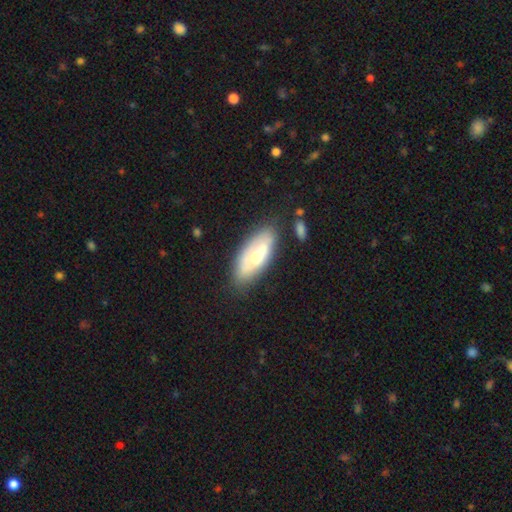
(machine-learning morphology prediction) Smooth or featured: smooth — 55% (featured or disk — 39%)
How rounded: in between — 81% (cigar-shaped — 17%)
Merging: none — 70% (minor disturbance — 20%)